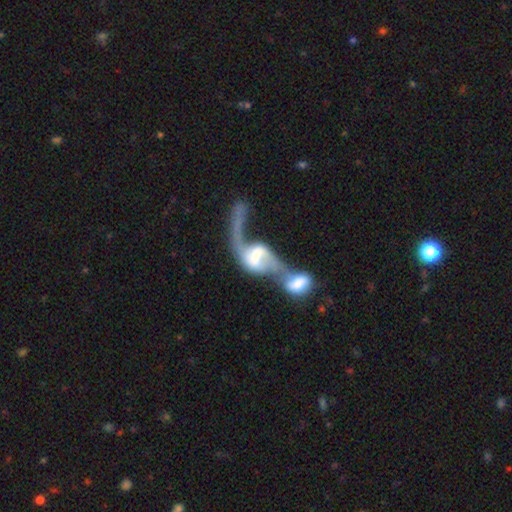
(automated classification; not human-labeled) featured or disk 78%, smooth 16%, star or artifact 6%. Down the decision tree: edge-on disk — no (94%); bar — weak (40%); spiral arms — yes (87%); spiral arm count — 2 (74%); spiral winding — loose (86%); bulge size — moderate (31%); merging — merger (79%).